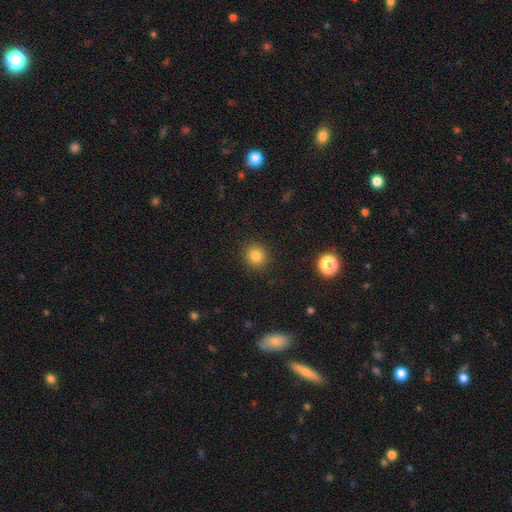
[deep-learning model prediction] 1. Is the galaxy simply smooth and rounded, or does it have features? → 82% smooth, 13% star or artifact, 6% featured or disk.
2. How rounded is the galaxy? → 88% round, 11% in between, 1% cigar-shaped.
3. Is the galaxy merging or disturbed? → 90% none, 6% minor disturbance, 2% major disturbance, 1% merger.